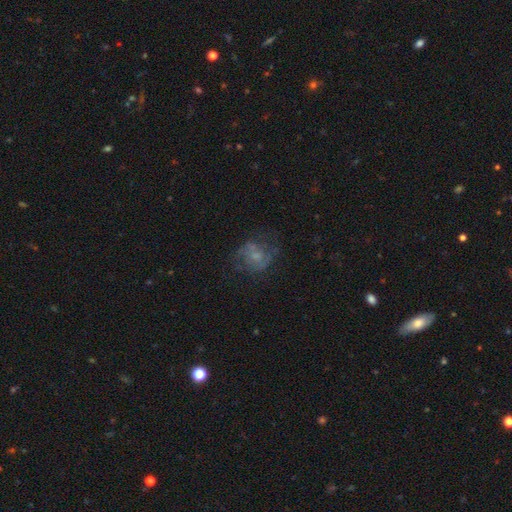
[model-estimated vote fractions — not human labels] A featured or disk galaxy (50%). Merging: none (52%).